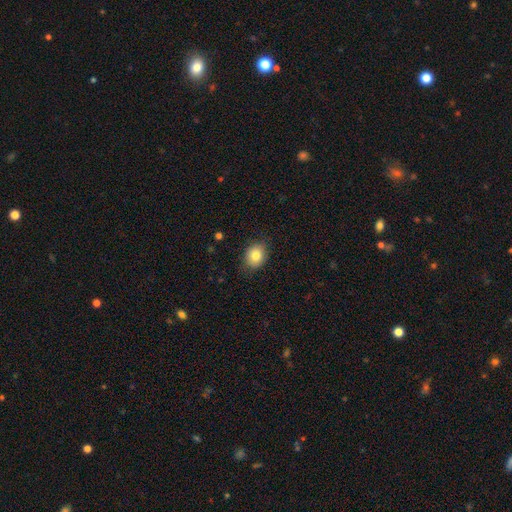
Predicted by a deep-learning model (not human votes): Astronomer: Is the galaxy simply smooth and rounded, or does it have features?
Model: smooth — 82%.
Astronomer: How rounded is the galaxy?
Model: in between — 51% (runner-up: round, 48%).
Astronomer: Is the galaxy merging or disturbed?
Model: none — 82%.